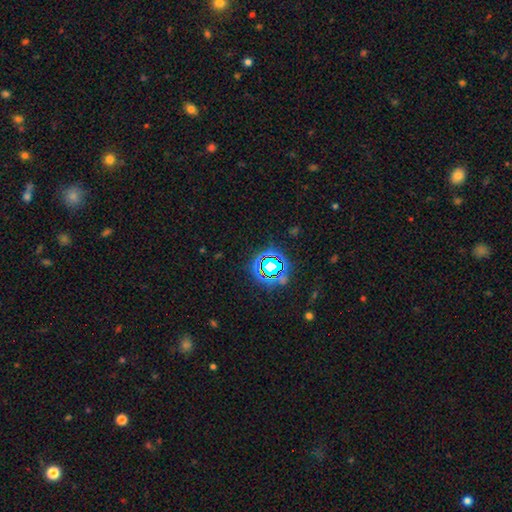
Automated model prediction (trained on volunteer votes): The model was most divided on "smooth or featured": star or artifact: 75%, smooth: 16%, featured or disk: 9%.